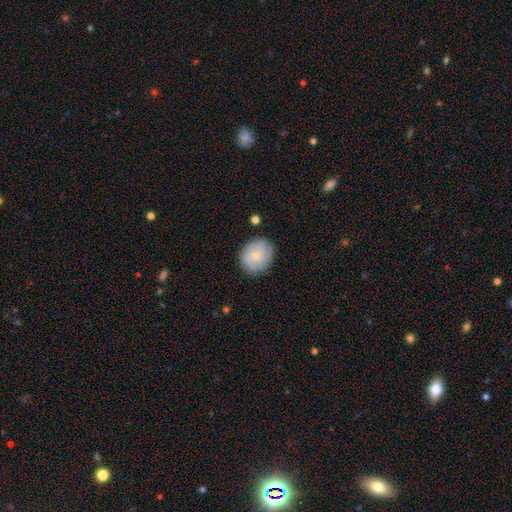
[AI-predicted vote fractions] The model was most divided on "how rounded": round: 67%, in between: 32%, cigar-shaped: 1%. More confident: merging — none (83%); smooth or featured — smooth (67%).